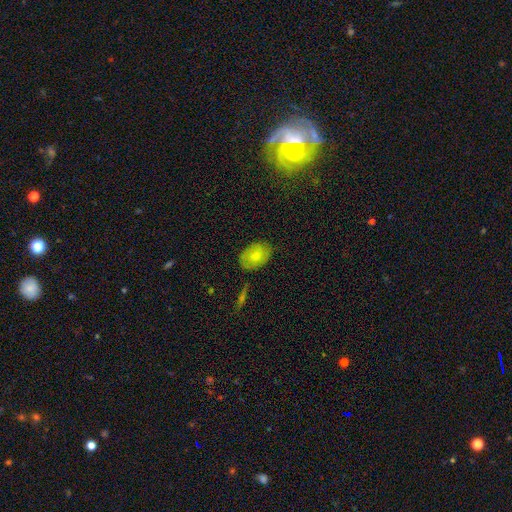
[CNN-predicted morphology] This is likely a smooth galaxy (76%). How rounded: clearly in between (83%). Merging: likely none (79%).